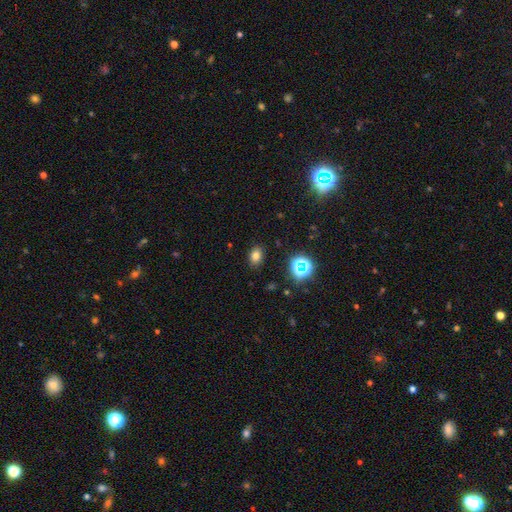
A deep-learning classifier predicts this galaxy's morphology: smooth 75%, star or artifact 18%, featured or disk 7%. Down the decision tree: how rounded — in between (72%); merging — none (86%).